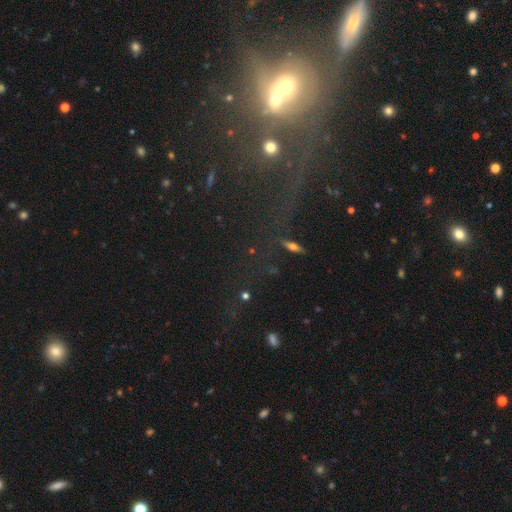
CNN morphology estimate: Smooth or featured? Predicted: star or artifact (p=0.46).